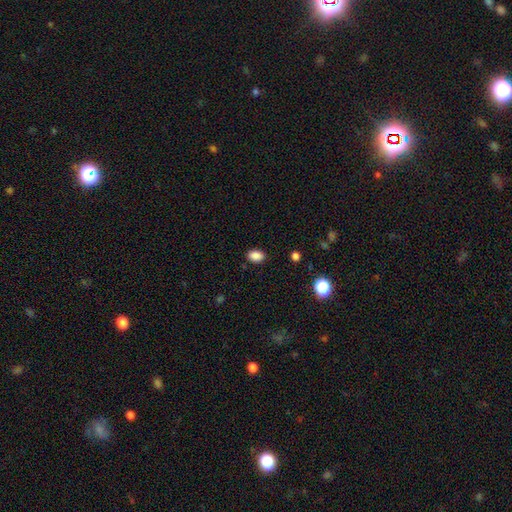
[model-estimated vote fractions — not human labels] This appears to be a smooth galaxy with no disk features (87%) that is in between round and cigar-shaped (80%). Merging: none (87%).